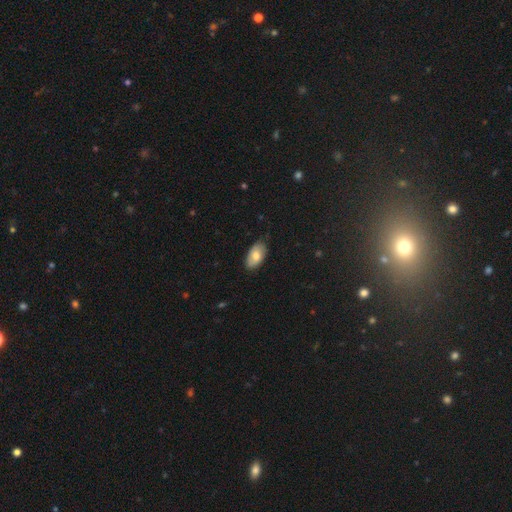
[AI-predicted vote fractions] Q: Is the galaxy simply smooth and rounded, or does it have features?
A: smooth — 75%.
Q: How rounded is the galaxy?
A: in between — 94%.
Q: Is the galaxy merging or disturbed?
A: none — 82%.